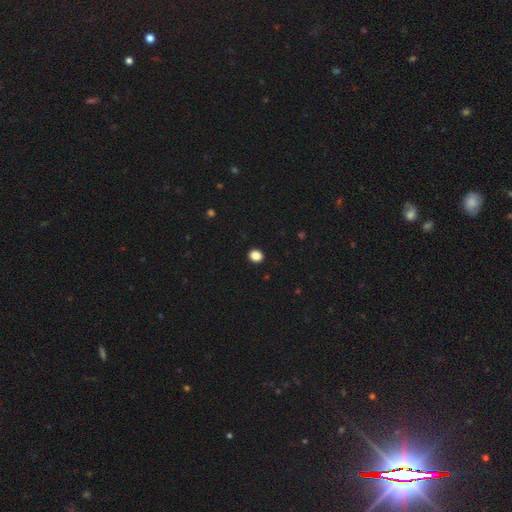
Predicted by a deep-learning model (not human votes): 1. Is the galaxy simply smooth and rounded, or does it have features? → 87% smooth, 10% star or artifact, 3% featured or disk.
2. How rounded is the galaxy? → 70% round, 29% in between, 1% cigar-shaped.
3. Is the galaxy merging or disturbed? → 92% none, 5% minor disturbance, 2% major disturbance, 1% merger.